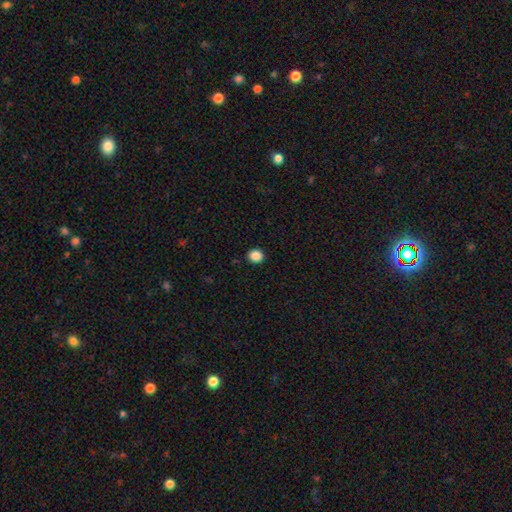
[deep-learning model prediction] Q: Smooth or featured?
A: smooth (88%); runner-up: star or artifact (10%)
Q: How rounded?
A: round (78%); runner-up: in between (21%)
Q: Merging?
A: none (91%); runner-up: minor disturbance (6%)